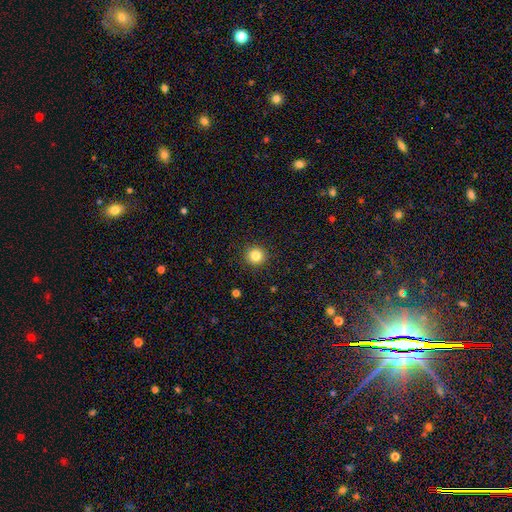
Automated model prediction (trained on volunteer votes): Smooth or featured: smooth — 83% (star or artifact — 11%)
How rounded: round — 95% (in between — 4%)
Merging: none — 92% (minor disturbance — 5%)